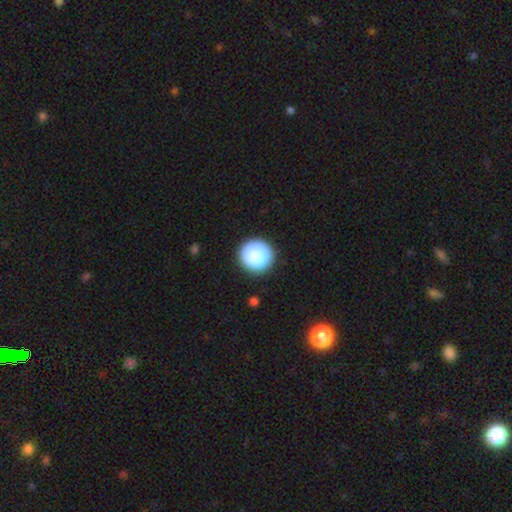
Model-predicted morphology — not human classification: Smooth or featured? Predicted: smooth (p=0.88). How rounded? Predicted: round (p=0.94). Merging? Predicted: none (p=0.89).